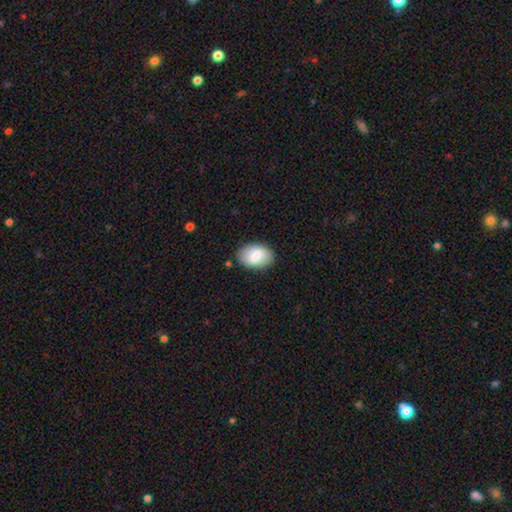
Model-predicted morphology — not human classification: Overall: smooth (79%). How rounded: in between (89%). Merging: none (84%).